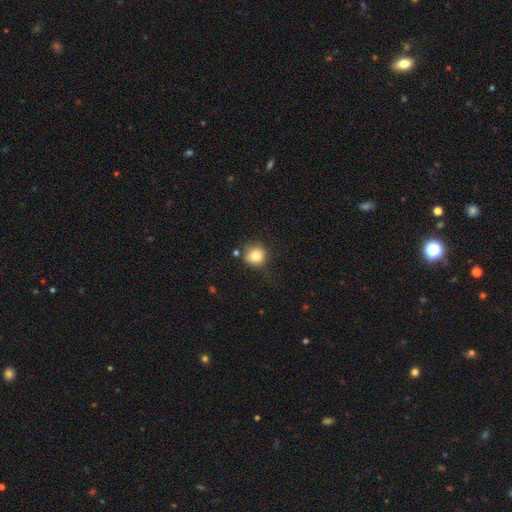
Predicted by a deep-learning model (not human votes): The model was most divided on "merging": none: 73%, minor disturbance: 17%, merger: 5%, major disturbance: 4%. More confident: how rounded — round (90%); smooth or featured — smooth (82%).